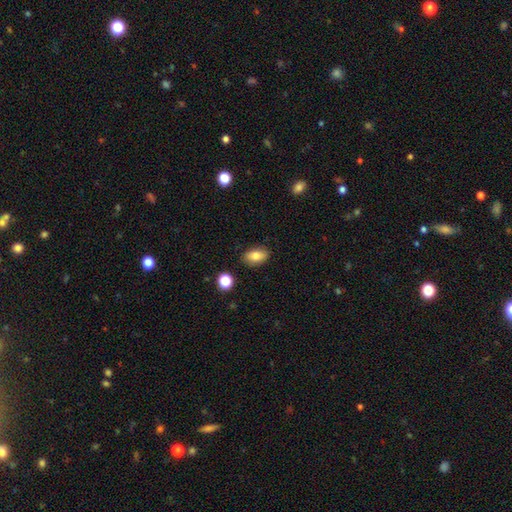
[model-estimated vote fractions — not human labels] A smooth galaxy with no disk features (81%) that is in between round and cigar-shaped (88%).

Vote fractions:
- Smooth or featured? smooth: 81% / featured or disk: 11% / star or artifact: 9%
- How rounded? in between: 88% / round: 10% / cigar-shaped: 2%
- Merging? none: 86% / minor disturbance: 10% / major disturbance: 2% / merger: 2%